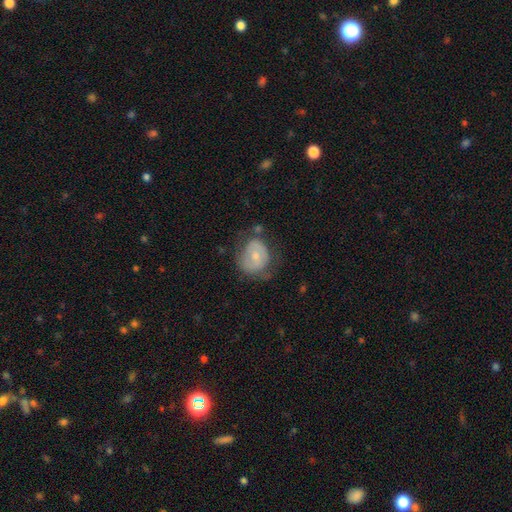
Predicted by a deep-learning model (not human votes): Morphology: type=smooth (50%); merging=none (49%).